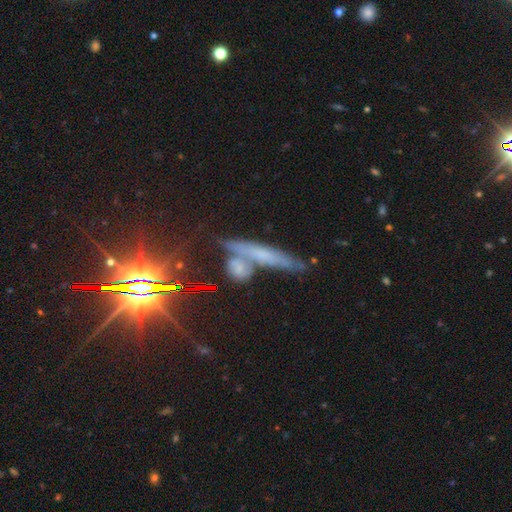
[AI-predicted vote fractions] featured or disk 38%, star or artifact 34%, smooth 29%. Down the decision tree: merging — none (44%).